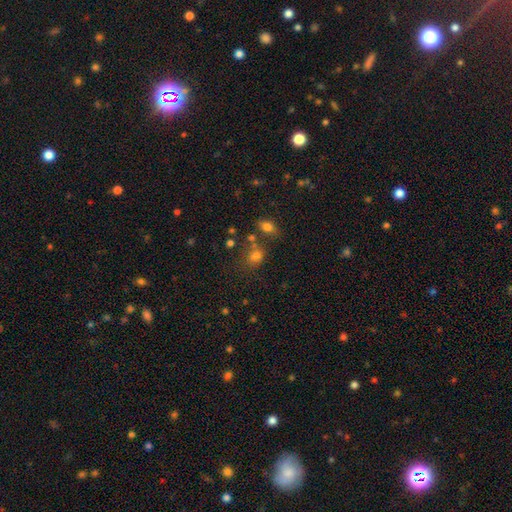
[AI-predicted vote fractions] The model was most divided on "how rounded": in between: 53%, round: 45%, cigar-shaped: 2%. More confident: smooth or featured — smooth (72%); merging — none (54%).